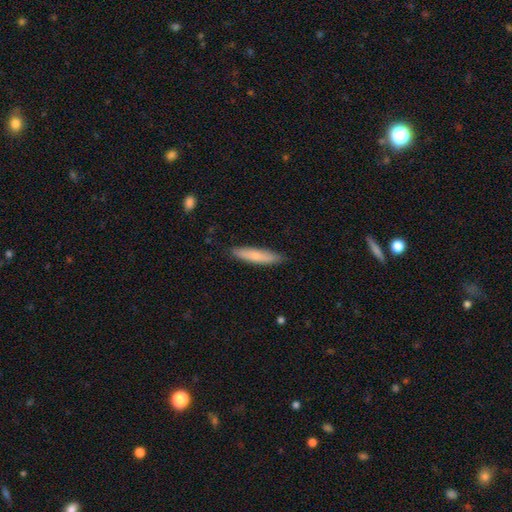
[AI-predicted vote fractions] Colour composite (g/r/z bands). It shows a smooth galaxy with no disk features (73%) that is cigar-shaped (83%). Merging: none (85%).